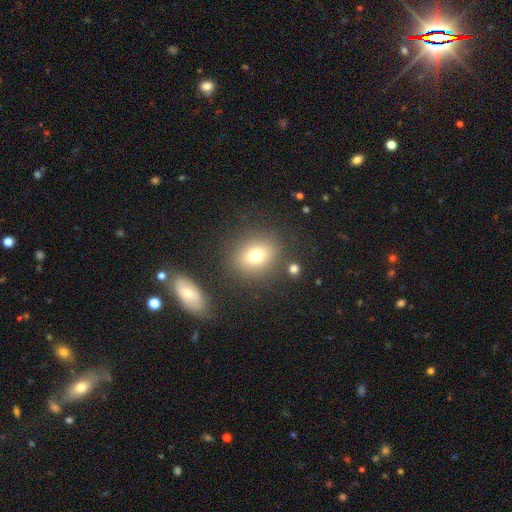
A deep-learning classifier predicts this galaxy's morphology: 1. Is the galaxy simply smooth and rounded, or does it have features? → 75% smooth, 13% featured or disk, 12% star or artifact.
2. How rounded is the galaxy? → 56% round, 42% in between, 1% cigar-shaped.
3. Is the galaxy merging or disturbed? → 80% none, 10% minor disturbance, 6% merger, 4% major disturbance.